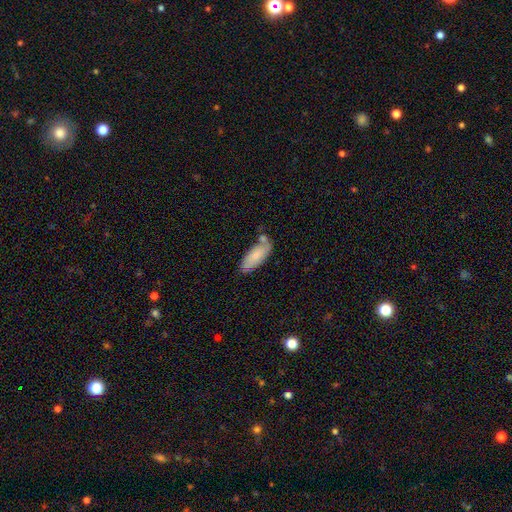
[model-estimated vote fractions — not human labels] Q: Smooth or featured?
A: smooth (79%); runner-up: featured or disk (15%)
Q: How rounded?
A: in between (77%); runner-up: cigar-shaped (21%)
Q: Merging?
A: none (54%); runner-up: minor disturbance (23%)